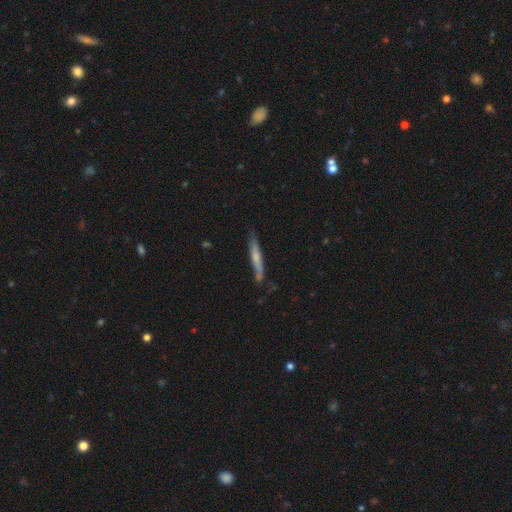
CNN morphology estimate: Smooth or featured? featured or disk (47%, tied with smooth)
Merging? none (75%)